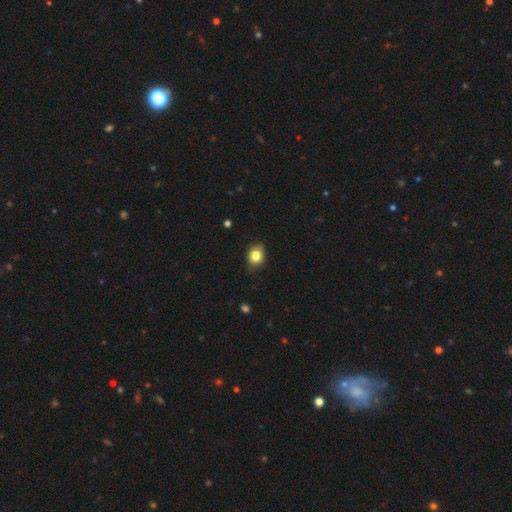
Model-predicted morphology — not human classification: The model was most divided on "how rounded": round: 53%, in between: 46%, cigar-shaped: 1%. More confident: smooth or featured — smooth (83%); merging — none (79%).